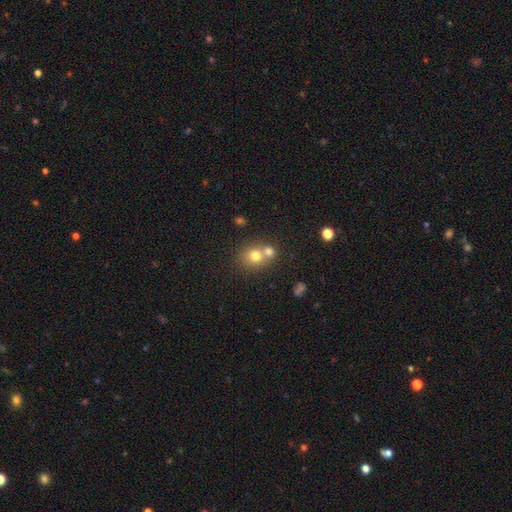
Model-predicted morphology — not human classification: Smooth or featured? smooth (74%)
How rounded? round (81%)
Merging? merger (48%)